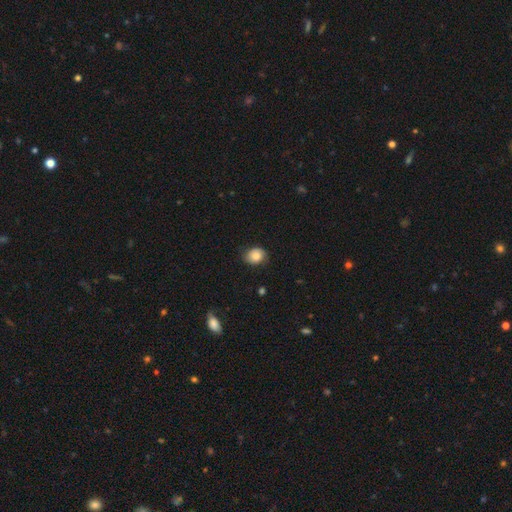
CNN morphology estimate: Smooth or featured?
  - smooth: 79% *
  - featured or disk: 13%
  - star or artifact: 8%
How rounded?
  - round: 57% *
  - in between: 43%
  - cigar-shaped: 1%
Merging?
  - none: 73% *
  - minor disturbance: 22%
  - major disturbance: 5%
  - merger: 1%